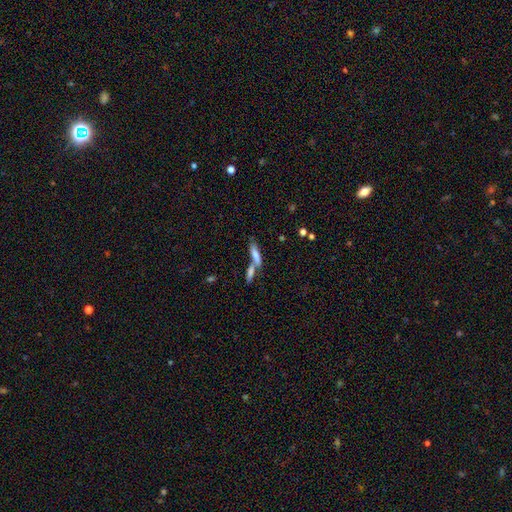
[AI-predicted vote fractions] Morphology: type=smooth (66%); roundness=cigar-shaped (67%); merging=merger (47%).